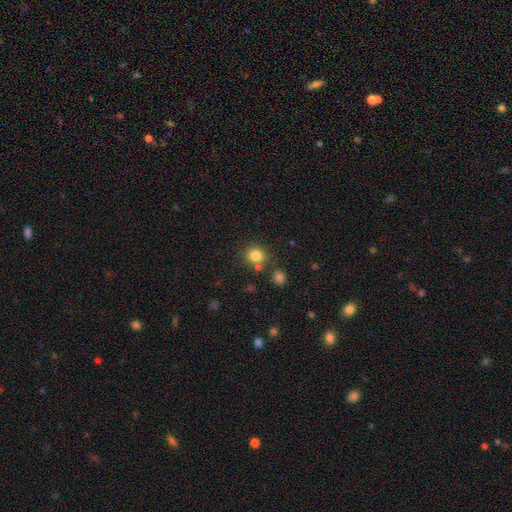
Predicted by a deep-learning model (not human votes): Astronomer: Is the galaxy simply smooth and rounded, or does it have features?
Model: smooth — 83%.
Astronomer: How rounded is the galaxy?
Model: round — 85%.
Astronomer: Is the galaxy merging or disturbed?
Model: none — 72%.